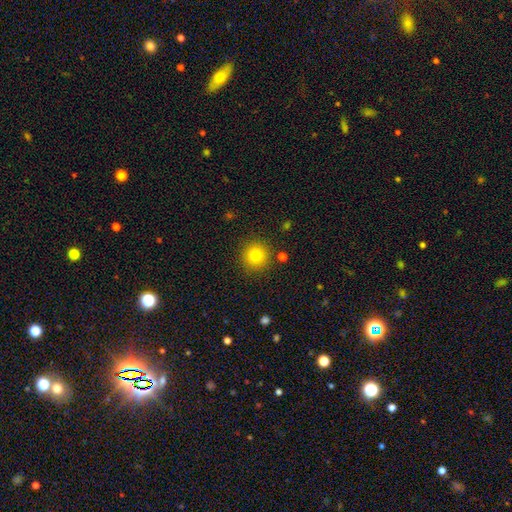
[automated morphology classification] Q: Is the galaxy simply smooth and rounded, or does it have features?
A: smooth — 81%.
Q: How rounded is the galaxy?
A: round — 94%.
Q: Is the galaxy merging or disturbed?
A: none — 89%.